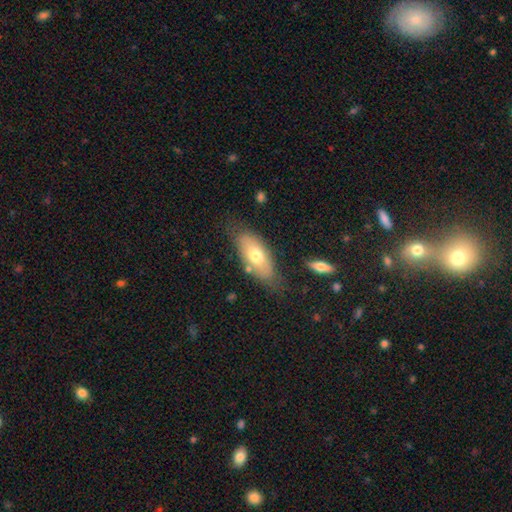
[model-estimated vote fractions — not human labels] smooth-or-featured: smooth: 65% | featured or disk: 28% | star or artifact: 7%
  how-rounded: in between: 84% | cigar-shaped: 12% | round: 4%
  merging: none: 68% | minor disturbance: 19% | major disturbance: 6% | merger: 6%